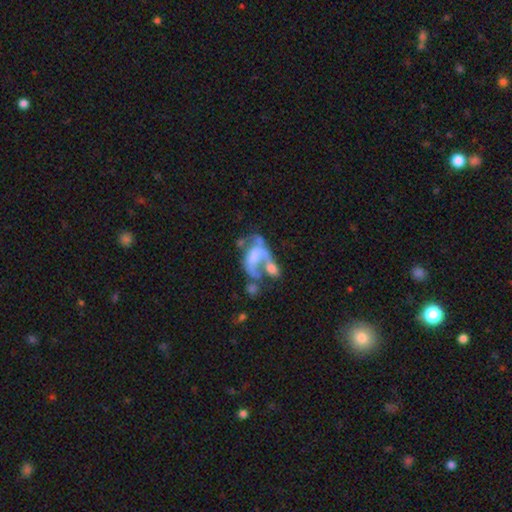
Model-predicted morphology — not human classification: Overall: featured or disk (59%; smooth 29%). Edge-on disk: no (98%). Bar: no (76%). Spiral arms: no (71%). Bulge size: none (58%). Merging: merger (38%, tied with major disturbance).